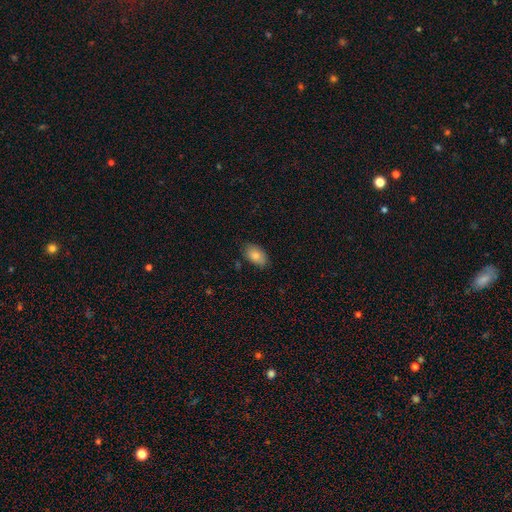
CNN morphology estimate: Smooth or featured? smooth (82%)
How rounded? in between (92%)
Merging? none (79%)